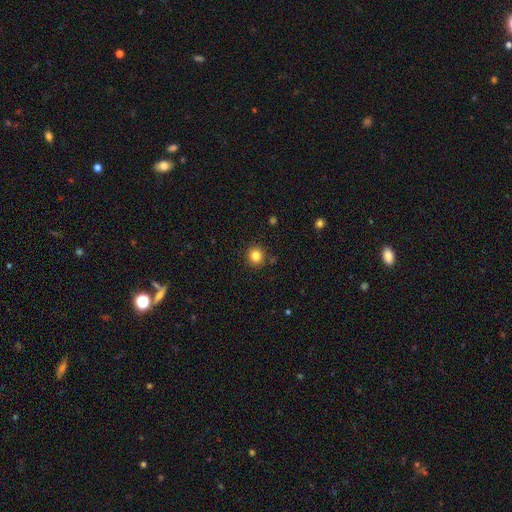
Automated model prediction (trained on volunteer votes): smooth 83%, star or artifact 12%, featured or disk 5%. Down the decision tree: how rounded — round (92%); merging — none (89%).